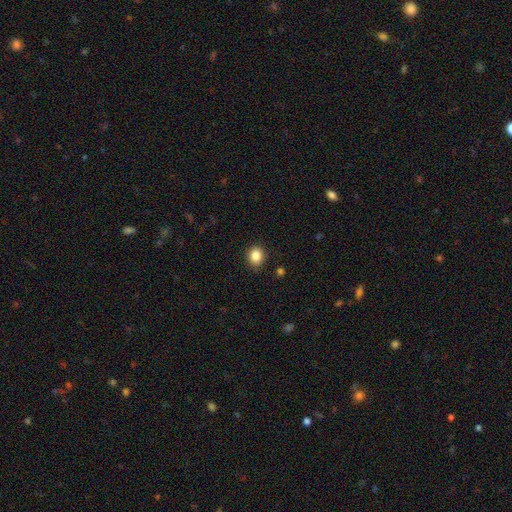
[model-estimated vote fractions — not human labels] Smooth or featured?
  - smooth: 86% *
  - star or artifact: 10%
  - featured or disk: 4%
How rounded?
  - round: 71% *
  - in between: 28%
  - cigar-shaped: 1%
Merging?
  - none: 88% *
  - minor disturbance: 8%
  - major disturbance: 2%
  - merger: 1%